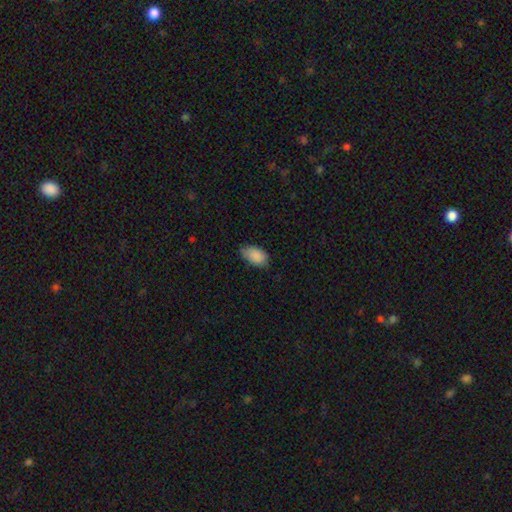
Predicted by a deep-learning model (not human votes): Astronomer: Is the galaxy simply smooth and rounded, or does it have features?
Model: smooth — 89%.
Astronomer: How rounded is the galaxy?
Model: in between — 92%.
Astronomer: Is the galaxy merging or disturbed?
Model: none — 66%.